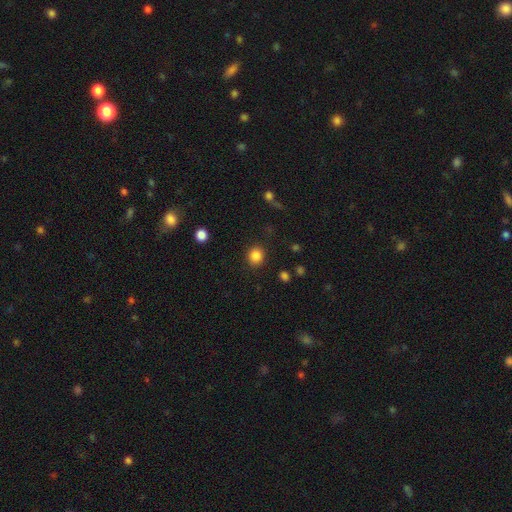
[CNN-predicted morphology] Smooth or featured?
  - smooth: 86% *
  - star or artifact: 10%
  - featured or disk: 4%
How rounded?
  - round: 85% *
  - in between: 14%
  - cigar-shaped: 1%
Merging?
  - none: 90% *
  - minor disturbance: 6%
  - major disturbance: 3%
  - merger: 1%